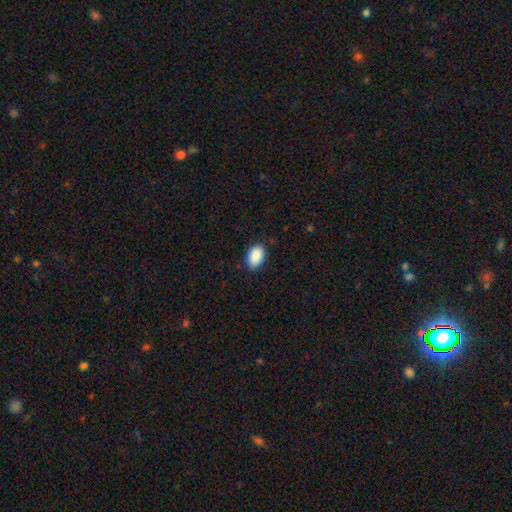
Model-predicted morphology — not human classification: The model was most divided on "merging": none: 84%, minor disturbance: 13%, major disturbance: 2%, merger: 1%. More confident: smooth or featured — smooth (90%); how rounded — in between (89%).